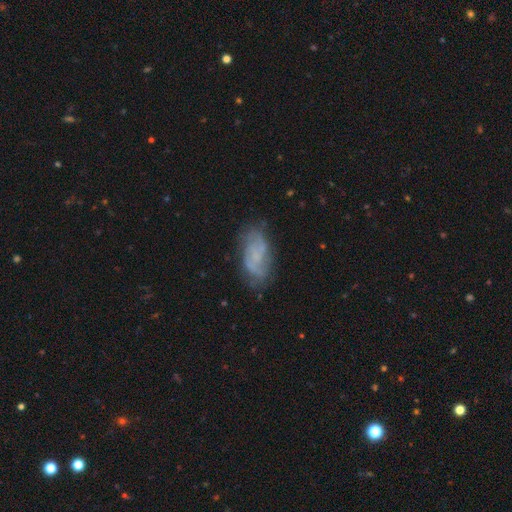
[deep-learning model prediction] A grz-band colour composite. It shows a featured or disk galaxy (59%) with no bar (63%), spiral arms (81%) and no central bulge (57%). Merging: none (68%).